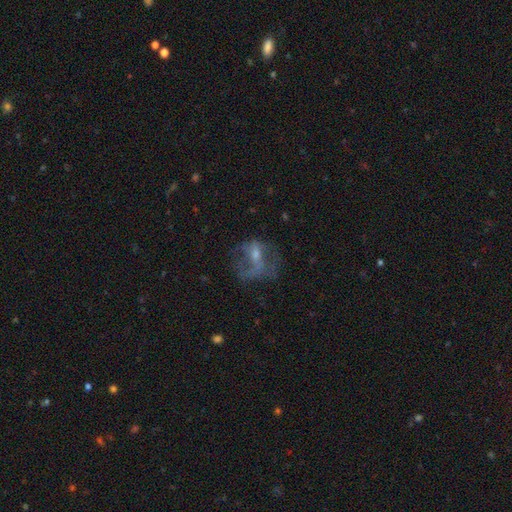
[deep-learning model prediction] featured or disk 58%, smooth 29%, star or artifact 13%. Down the decision tree: edge-on disk — no (96%); bar — no (49%); spiral arms — no (55%); bulge size — small (44%); merging — major disturbance (41%).